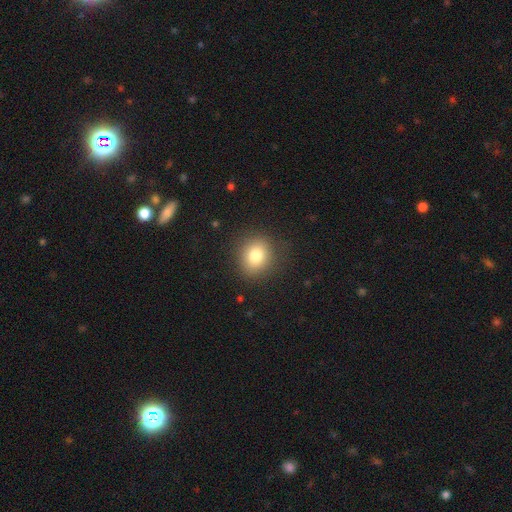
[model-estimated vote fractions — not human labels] This appears to be a smooth galaxy with no disk features (81%) that is round (74%). Merging: none (86%).